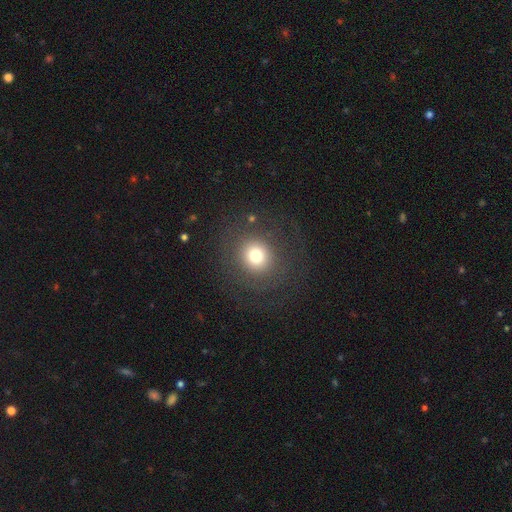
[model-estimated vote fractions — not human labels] The model was most divided on "smooth or featured": smooth: 72%, featured or disk: 14%, star or artifact: 14%. More confident: how rounded — round (89%); merging — none (81%).